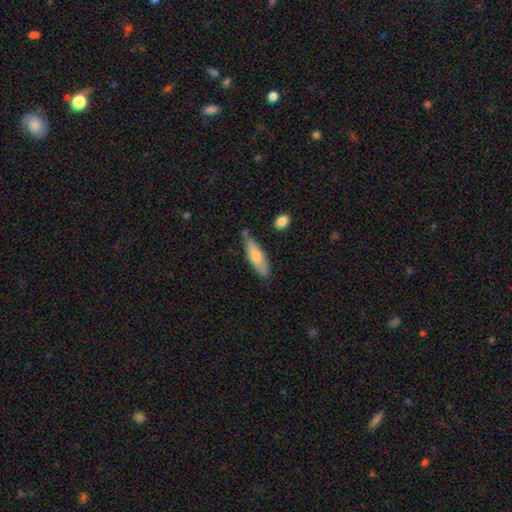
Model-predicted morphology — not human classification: This appears to be a smooth galaxy with no disk features (70%) that is cigar-shaped (54%). Merging: none (72%).